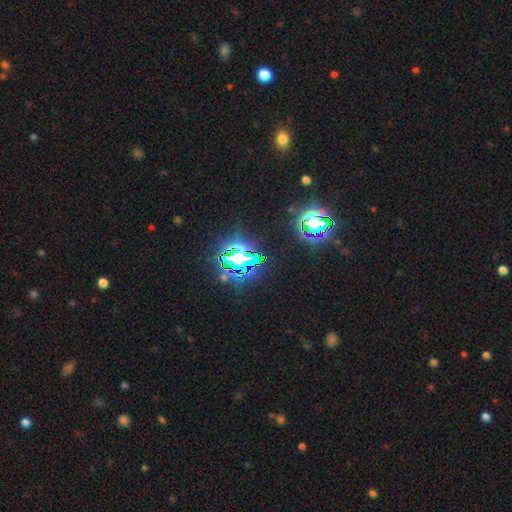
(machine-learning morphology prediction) smooth_or_featured: star or artifact (p=0.84) [alt: smooth p=0.09]